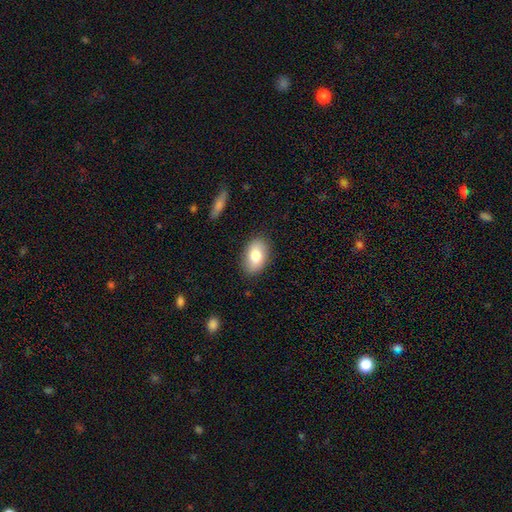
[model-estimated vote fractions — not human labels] A smooth galaxy with no disk features (81%) that is in between round and cigar-shaped (91%). Merging: none (85%).